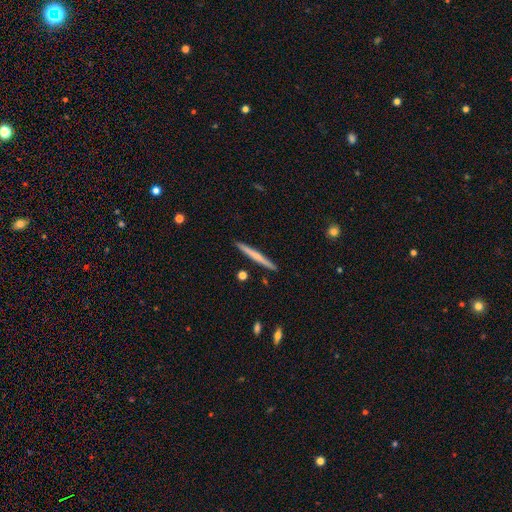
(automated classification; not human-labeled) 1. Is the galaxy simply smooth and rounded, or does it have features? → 54% smooth, 41% featured or disk, 5% star or artifact.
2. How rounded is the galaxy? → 97% cigar-shaped, 2% in between, 1% round.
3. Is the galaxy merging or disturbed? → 91% none, 6% minor disturbance, 1% merger, 1% major disturbance.